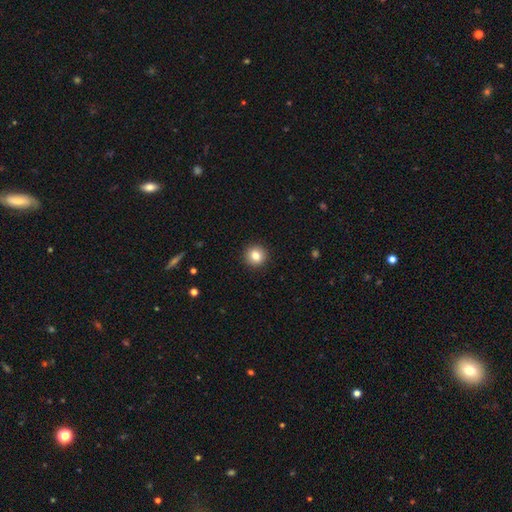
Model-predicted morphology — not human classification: Q: Smooth or featured?
A: smooth (82%); runner-up: star or artifact (10%)
Q: How rounded?
A: round (95%); runner-up: in between (4%)
Q: Merging?
A: none (93%); runner-up: minor disturbance (4%)